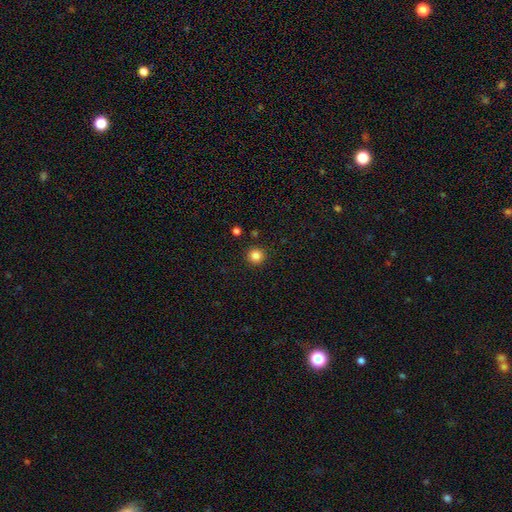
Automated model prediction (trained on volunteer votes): The model was most divided on "smooth or featured": smooth: 84%, star or artifact: 12%, featured or disk: 4%. More confident: how rounded — round (95%); merging — none (92%).